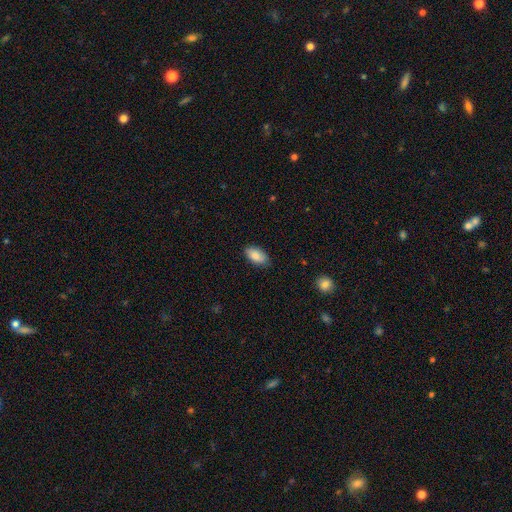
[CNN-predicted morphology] smooth 86%, featured or disk 8%, star or artifact 6%. Down the decision tree: how rounded — in between (94%); merging — none (84%).